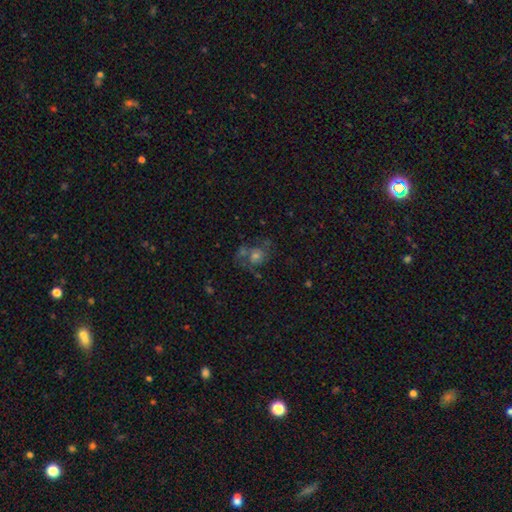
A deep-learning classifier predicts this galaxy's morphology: A featured or disk galaxy (54%) with no bar (79%), spiral arms (76%) and a moderate central bulge (47%).

Vote fractions:
- Smooth or featured? featured or disk: 54% / smooth: 25% / star or artifact: 20%
- Edge-on disk? no: 97% / yes: 3%
- Bar? no: 79% / weak: 17% / strong: 3%
- Spiral arms? yes: 76% / no: 24%
- Bulge size? moderate: 47% / small: 32% / large: 11% / none: 7% / dominant: 3%
- Merging? none: 51% / major disturbance: 19% / minor disturbance: 18% / merger: 13%